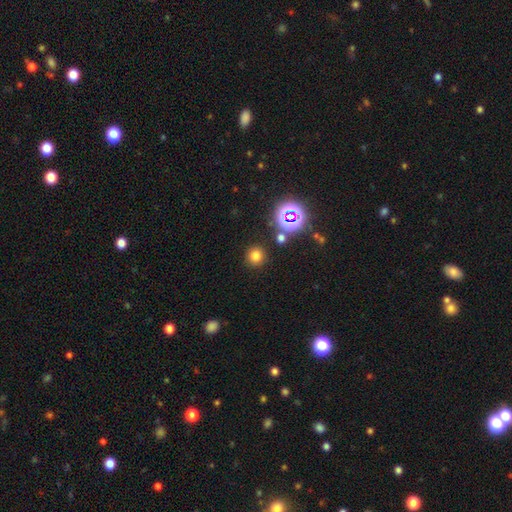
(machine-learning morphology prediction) A smooth galaxy with no disk features (72%) that is round (93%). Merging: none (88%).